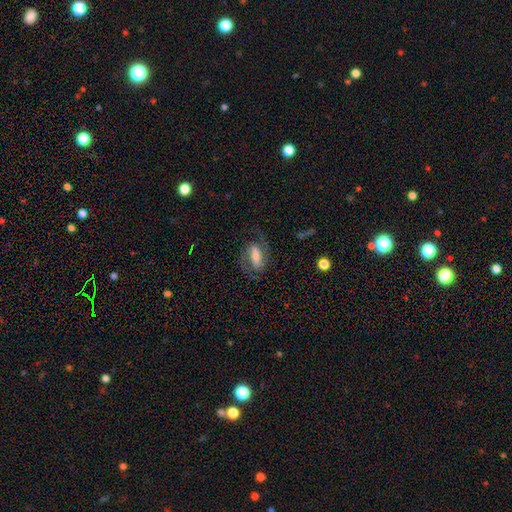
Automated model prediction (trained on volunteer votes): Smooth or featured: featured or disk — 68% (smooth — 24%)
Edge-on disk: no — 95% (yes — 5%)
Bar: strong — 39% (weak — 37%)
Spiral arms: yes — 91% (no — 9%)
Spiral winding: medium — 51% (loose — 27%)
Spiral arm count: 2 — 87% (1 — 6%)
Bulge size: moderate — 37% (large — 26%)
Merging: none — 67% (minor disturbance — 16%)